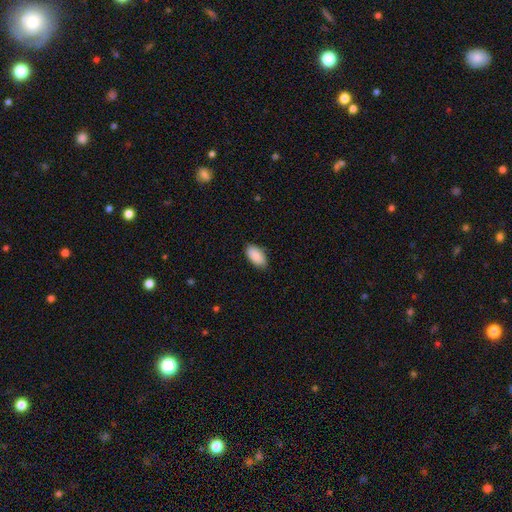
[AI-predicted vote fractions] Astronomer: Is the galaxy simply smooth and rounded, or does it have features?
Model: smooth — 90%.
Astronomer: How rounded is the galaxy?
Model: in between — 95%.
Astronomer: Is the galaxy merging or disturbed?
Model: none — 86%.